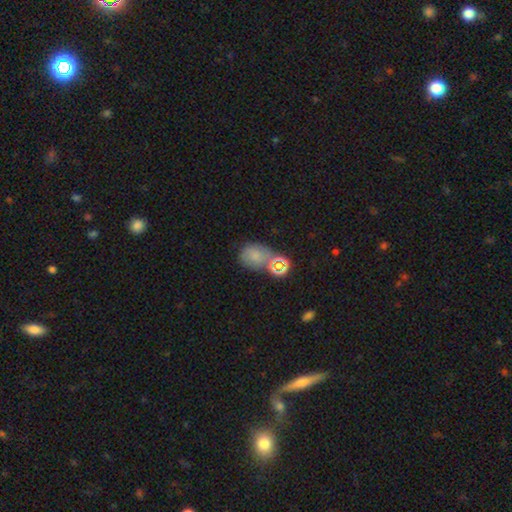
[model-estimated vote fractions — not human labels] This is likely a smooth galaxy (65%). How rounded: possibly in between (53%). Merging: possibly none (50%).